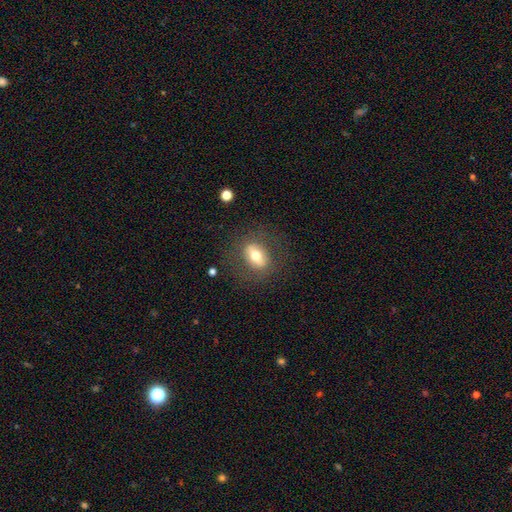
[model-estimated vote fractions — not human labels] A smooth galaxy with no disk features (58%) that is in between round and cigar-shaped (69%).

Vote fractions:
- Smooth or featured? smooth: 58% / featured or disk: 33% / star or artifact: 9%
- How rounded? in between: 69% / round: 27% / cigar-shaped: 4%
- Merging? none: 78% / minor disturbance: 13% / major disturbance: 8% / merger: 1%